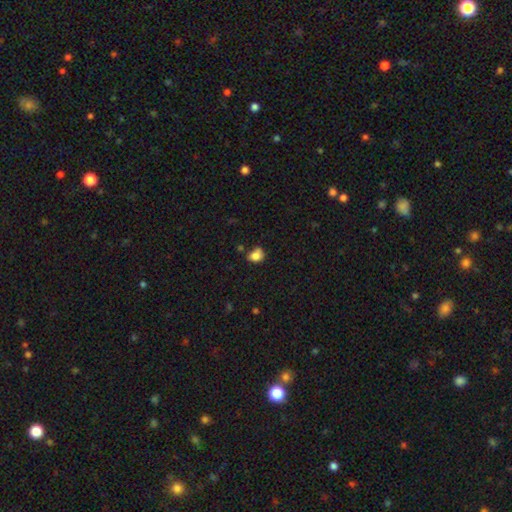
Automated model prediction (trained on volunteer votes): Q: Smooth or featured?
A: smooth (83%); runner-up: star or artifact (10%)
Q: How rounded?
A: round (52%); runner-up: in between (47%)
Q: Merging?
A: none (50%); runner-up: minor disturbance (33%)